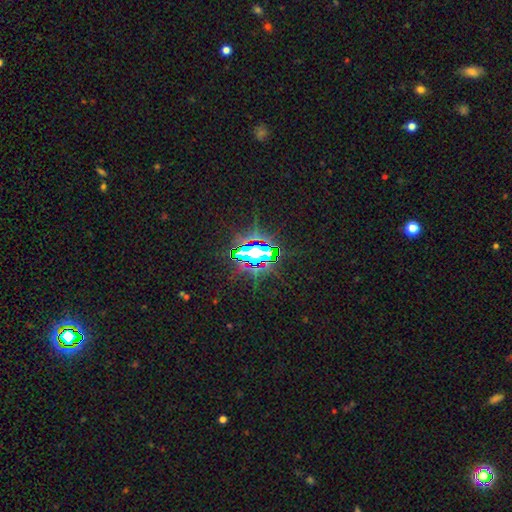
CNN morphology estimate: star or artifact 83%, smooth 10%, featured or disk 7%.